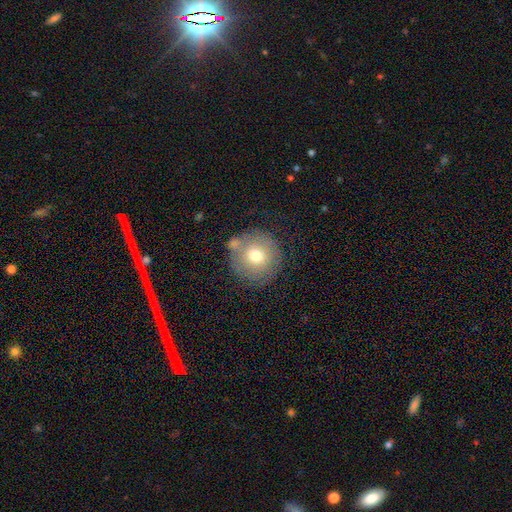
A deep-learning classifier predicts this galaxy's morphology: Smooth or featured? smooth (71%)
How rounded? round (94%)
Merging? none (73%)